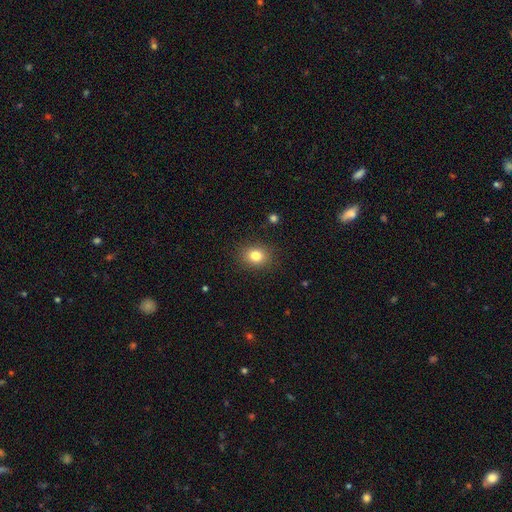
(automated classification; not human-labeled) Smooth or featured? smooth (81%)
How rounded? round (58%)
Merging? none (88%)